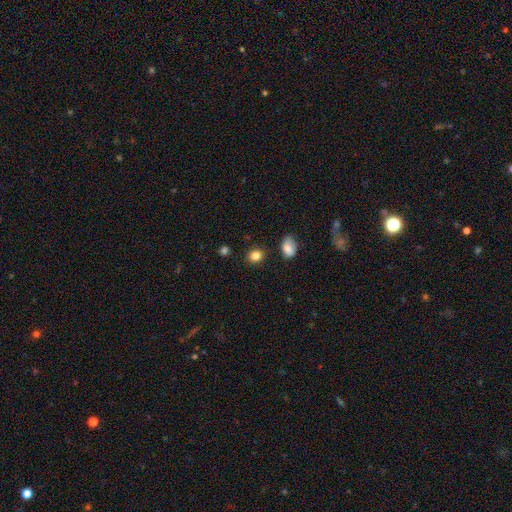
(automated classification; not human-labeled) Overall: smooth (85%). How rounded: round (65%; in between 33%). Merging: none (85%).